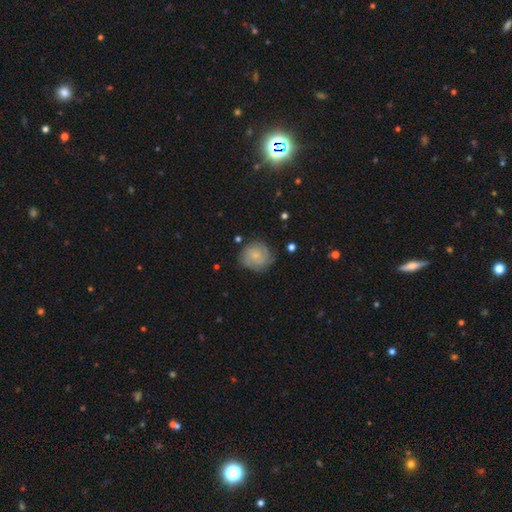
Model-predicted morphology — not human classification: Smooth or featured?
  - featured or disk: 65% *
  - smooth: 27%
  - star or artifact: 8%
Edge-on disk?
  - no: 98% *
  - yes: 2%
Bar?
  - no: 70% *
  - weak: 26%
  - strong: 4%
Spiral arms?
  - yes: 92% *
  - no: 8%
Spiral winding?
  - tight: 64% *
  - medium: 29%
  - loose: 7%
Spiral arm count?
  - 2: 33% *
  - can't tell: 27%
  - 3: 24%
  - 4: 7%
  - 1: 5%
  - more than 4: 5%
Bulge size?
  - small: 66% *
  - none: 17%
  - moderate: 15%
  - large: 2%
  - dominant: 1%
Merging?
  - none: 77% *
  - minor disturbance: 16%
  - major disturbance: 6%
  - merger: 2%